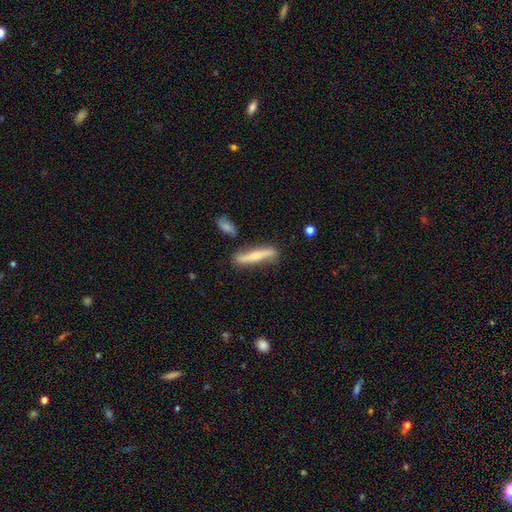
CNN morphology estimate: A featured or disk galaxy (51%) viewed edge-on (83%).

Vote fractions:
- Smooth or featured? featured or disk: 51% / smooth: 43% / star or artifact: 6%
- Edge-on disk? yes: 83% / no: 17%
- Merging? none: 79% / minor disturbance: 14% / merger: 4% / major disturbance: 3%